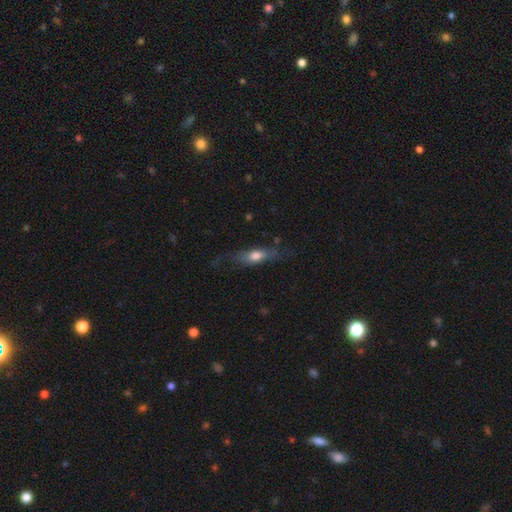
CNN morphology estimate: Smooth or featured? Predicted: smooth (p=0.60). How rounded? Predicted: cigar-shaped (p=0.49). Merging? Predicted: none (p=0.62).